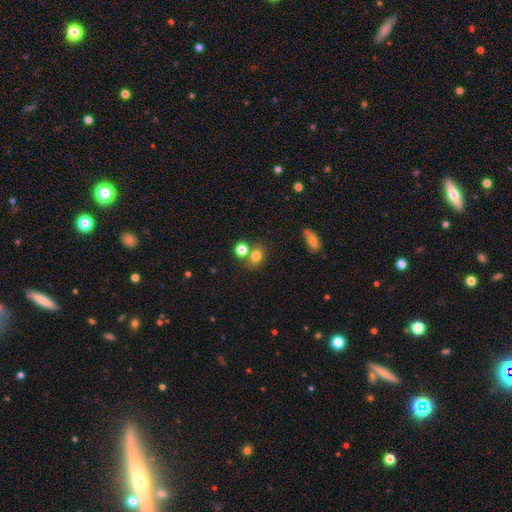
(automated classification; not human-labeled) smooth 77%, star or artifact 14%, featured or disk 9%. Down the decision tree: how rounded — in between (50%); merging — none (57%).